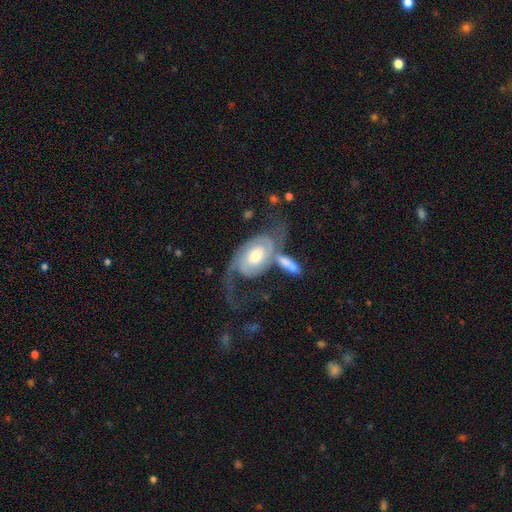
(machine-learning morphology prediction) type=featured or disk (85%); edge-on=no (95%); bar=no (59%); spiral arms=yes (96%); winding=medium (39%); arm count=2 (81%); bulge=moderate (63%); merging=none (34%).